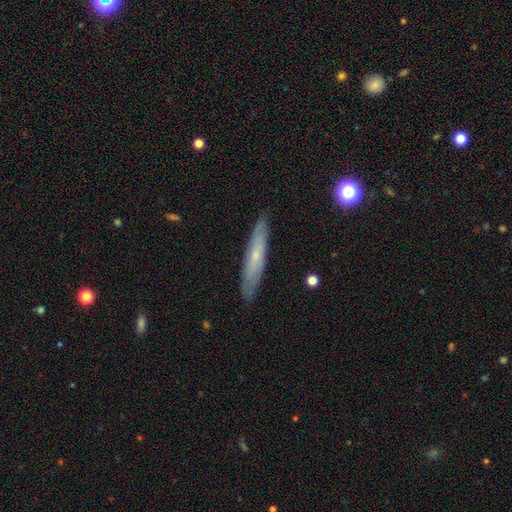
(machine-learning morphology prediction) A featured or disk galaxy (48%).

Vote fractions:
- Smooth or featured? featured or disk: 48% / smooth: 45% / star or artifact: 7%
- Merging? none: 86% / minor disturbance: 10% / major disturbance: 2% / merger: 1%